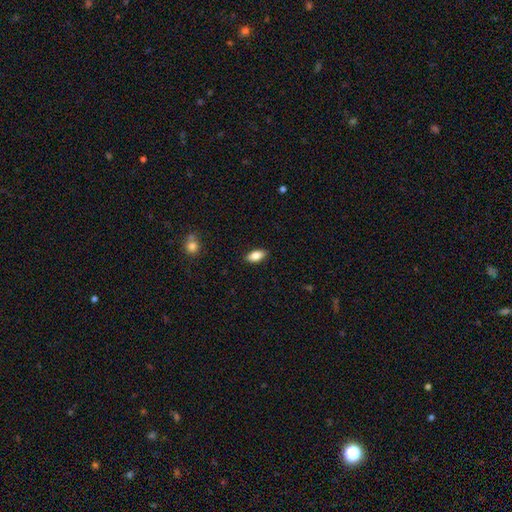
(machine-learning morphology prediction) type=smooth (83%); roundness=in between (89%); merging=none (88%).